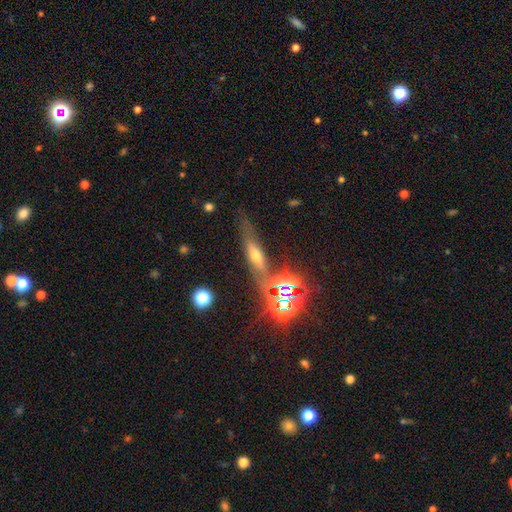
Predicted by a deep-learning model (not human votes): The model was most divided on "smooth or featured": featured or disk: 43%, smooth: 33%, star or artifact: 23%. More confident: merging — none (66%).